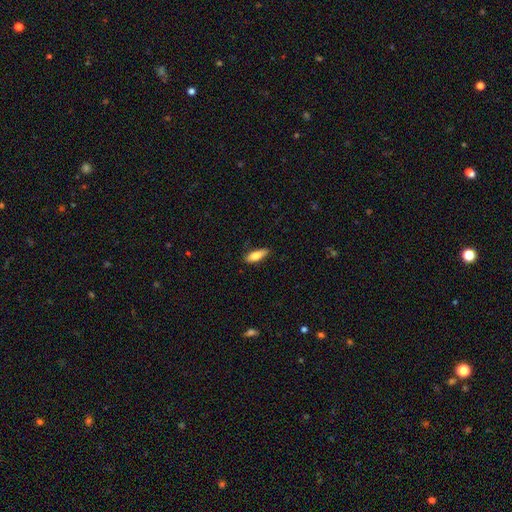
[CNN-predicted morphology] A smooth galaxy with no disk features (78%) that is in between round and cigar-shaped (56%). Merging: none (78%).